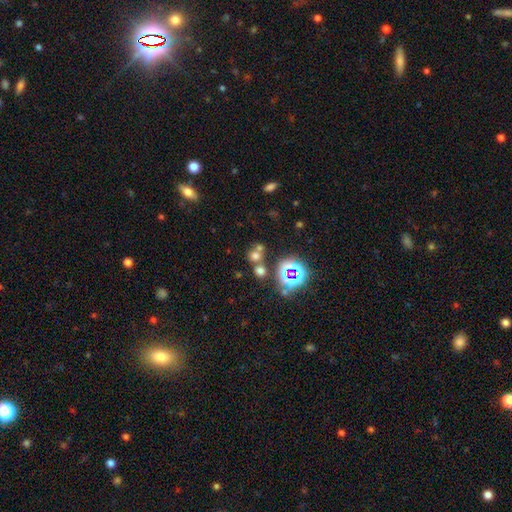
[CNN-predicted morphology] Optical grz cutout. It shows a smooth galaxy with no disk features (56%) that is round (84%). Merging: none (57%).